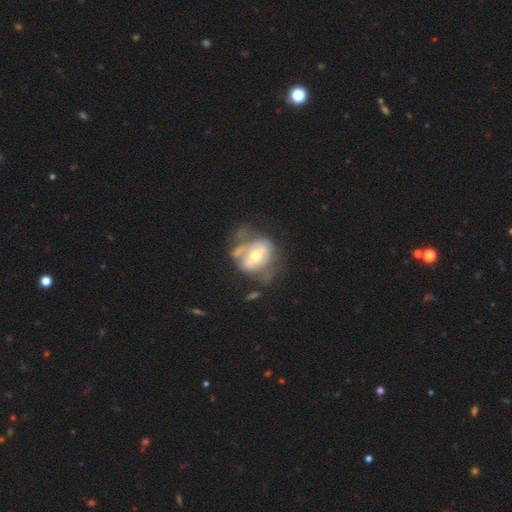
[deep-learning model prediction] This is possibly a featured or disk galaxy (59%). It is clearly not viewed edge-on (94%). Bar: possibly no (55%). Spiral arm pattern: likely no (66%). Central bulge: likely moderate (70%). Merging: marginally major disturbance (33%).